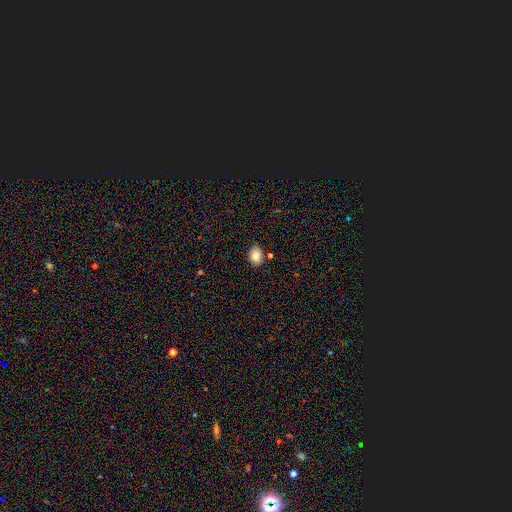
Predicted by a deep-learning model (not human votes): Smooth or featured: smooth — 81% (featured or disk — 10%)
How rounded: in between — 73% (round — 26%)
Merging: none — 84% (minor disturbance — 10%)